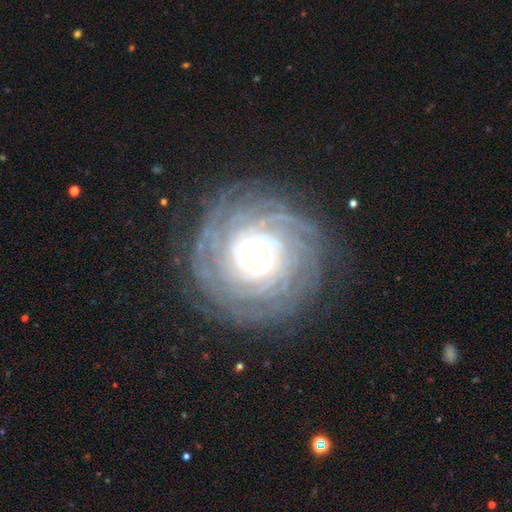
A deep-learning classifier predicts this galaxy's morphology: Q: Smooth or featured?
A: featured or disk (89%); runner-up: star or artifact (6%)
Q: Edge-on disk?
A: no (96%); runner-up: yes (4%)
Q: Bar?
A: strong (49%); runner-up: weak (37%)
Q: Spiral arms?
A: yes (96%); runner-up: no (4%)
Q: Spiral winding?
A: tight (87%); runner-up: medium (11%)
Q: Spiral arm count?
A: more than 4 (30%); runner-up: can't tell (26%)
Q: Bulge size?
A: moderate (65%); runner-up: large (17%)
Q: Merging?
A: none (82%); runner-up: minor disturbance (12%)